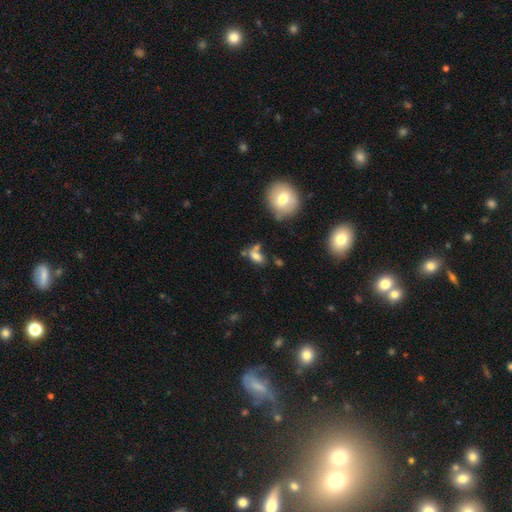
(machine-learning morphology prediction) Smooth or featured: smooth — 72% (featured or disk — 15%)
How rounded: in between — 82% (round — 12%)
Merging: none — 41% (merger — 32%)